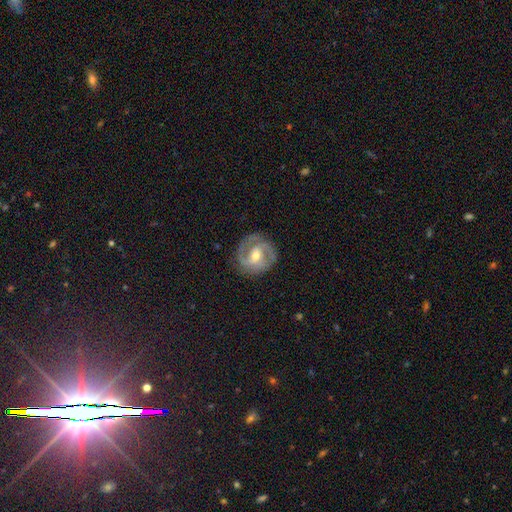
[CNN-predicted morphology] smooth-or-featured: featured or disk: 86% | smooth: 10% | star or artifact: 5%
  disk-edge-on: no: 97% | yes: 3%
    bar: weak: 46% | no: 27% | strong: 27%
    has-spiral-arms: yes: 95% | no: 5%
      spiral-winding: tight: 45% (tied) | medium: 45% (tied) | loose: 10%
      spiral-arm-count: 2: 82% | 3: 6% | can't tell: 6% | 1: 3% | 4: 1% | more than 4: 1%
    bulge-size: moderate: 64% | small: 31% | large: 3% | none: 1% | dominant: 1%
  merging: none: 82% | minor disturbance: 13% | major disturbance: 4% | merger: 1%